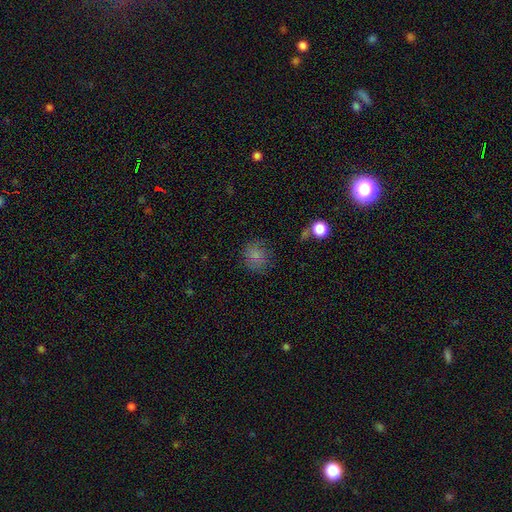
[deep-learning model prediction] smooth-or-featured: smooth: 77% | star or artifact: 15% | featured or disk: 8%
  how-rounded: round: 84% | in between: 15% | cigar-shaped: 1%
  merging: none: 77% | minor disturbance: 15% | major disturbance: 6% | merger: 2%